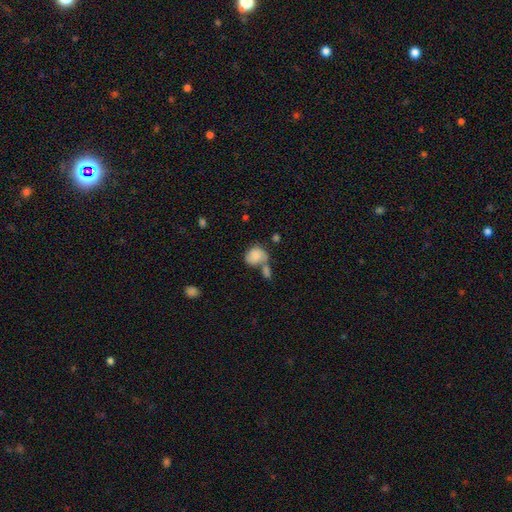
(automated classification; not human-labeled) smooth_or_featured: smooth (p=0.80) [alt: featured or disk p=0.13]
how_rounded: in between (p=0.51) [alt: round p=0.48]
merging: merger (p=0.44) [alt: none p=0.30]